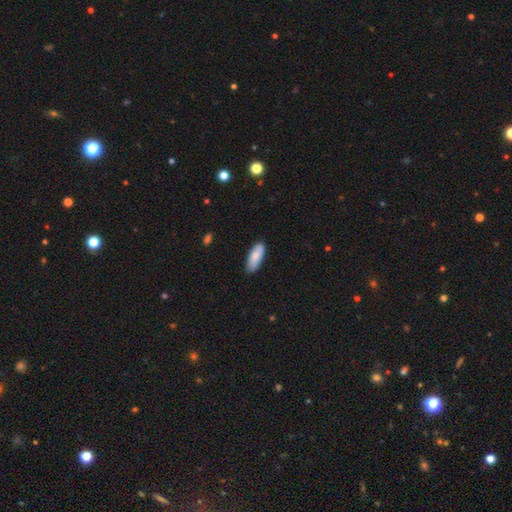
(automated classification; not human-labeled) Overall: smooth (84%). How rounded: in between (73%). Merging: none (84%).